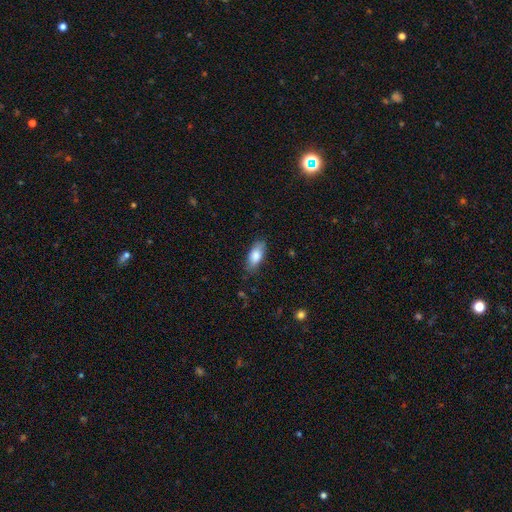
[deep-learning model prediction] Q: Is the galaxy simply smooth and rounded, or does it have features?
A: smooth — 82%.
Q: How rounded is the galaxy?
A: in between — 83%.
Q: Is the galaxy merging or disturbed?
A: none — 81%.